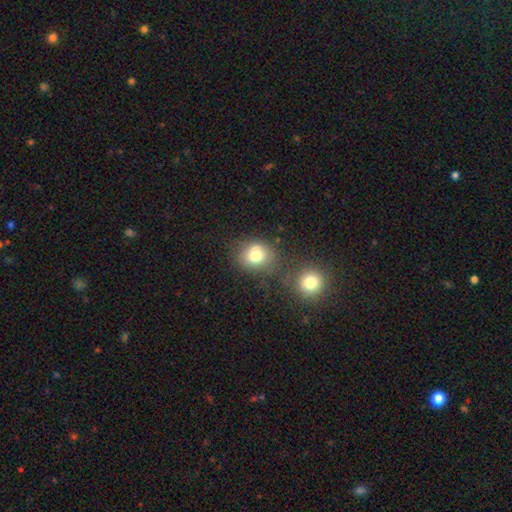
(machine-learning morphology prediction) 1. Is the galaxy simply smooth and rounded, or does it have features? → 74% smooth, 14% featured or disk, 12% star or artifact.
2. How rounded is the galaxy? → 67% round, 32% in between, 1% cigar-shaped.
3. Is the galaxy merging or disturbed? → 49% none, 30% merger, 15% minor disturbance, 7% major disturbance.